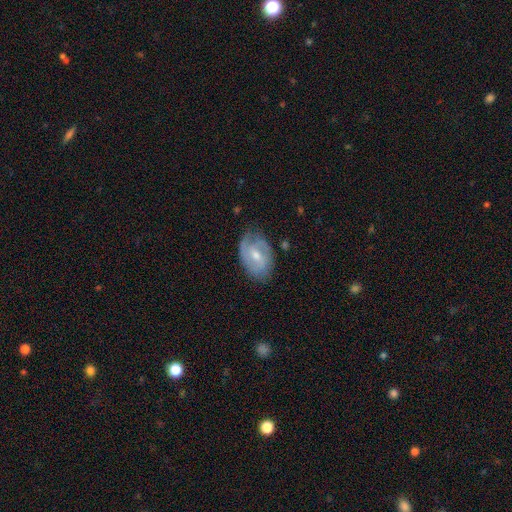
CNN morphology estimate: Smooth or featured? Predicted: featured or disk (p=0.67). Edge-on disk? Predicted: no (p=0.95). Bar? Predicted: weak (p=0.50). Spiral arms? Predicted: yes (p=0.81). Spiral winding? Predicted: tight (p=0.44). Spiral arm count? Predicted: 2 (p=0.53). Bulge size? Predicted: moderate (p=0.58). Merging? Predicted: none (p=0.68).